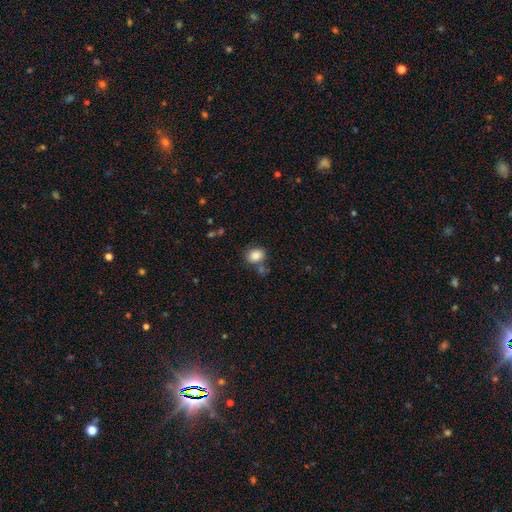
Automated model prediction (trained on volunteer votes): Overall: smooth (85%). How rounded: in between (58%; round 41%). Merging: none (62%).